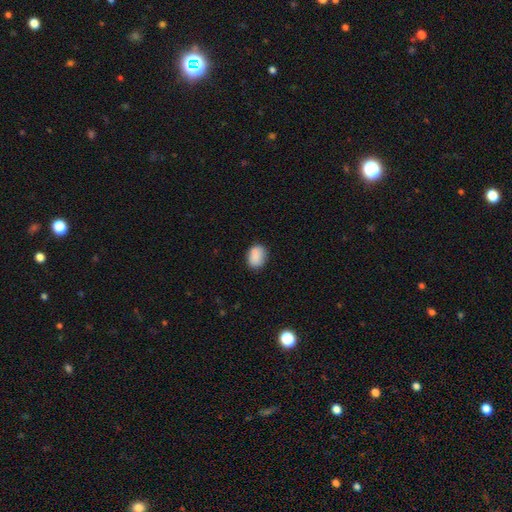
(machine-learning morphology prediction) type=smooth (86%); roundness=in between (68%); merging=none (74%).